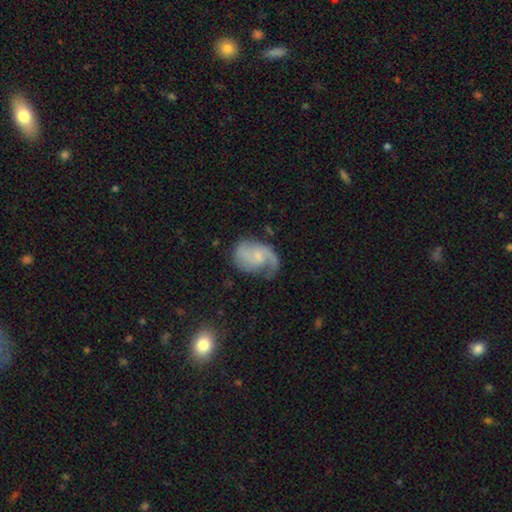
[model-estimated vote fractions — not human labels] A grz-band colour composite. It shows a featured or disk galaxy (75%) with no bar (57%), 2 (63%) medium (45%) spiral arms (93%) and a small central bulge (57%). Merging: none (51%).